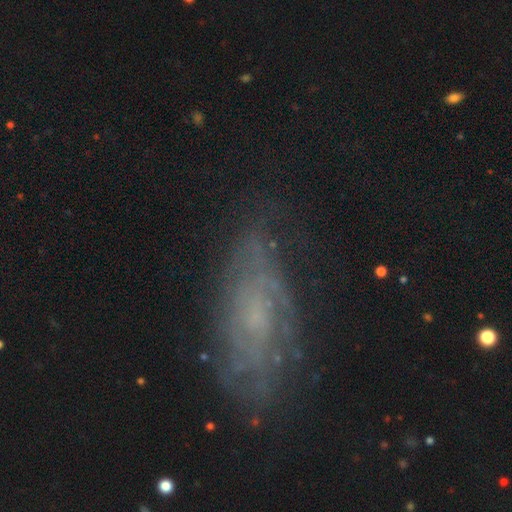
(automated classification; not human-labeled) Overall: featured or disk (66%). Edge-on disk: no (87%). Bar: no (72%). Spiral arms: yes (76%). Bulge size: small (52%; none 25%). Merging: none (71%).